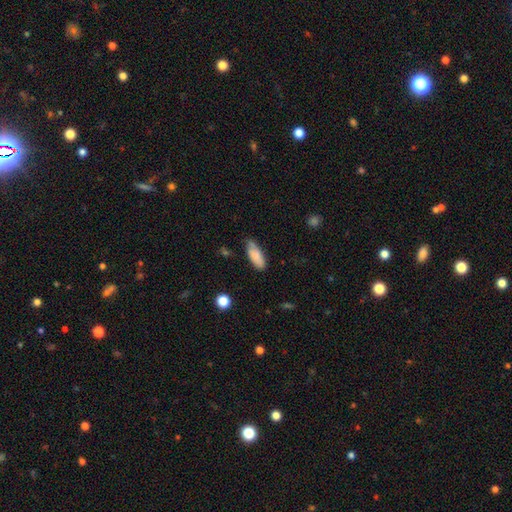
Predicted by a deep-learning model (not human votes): Morphology: type=smooth (83%); roundness=in between (75%); merging=none (67%).